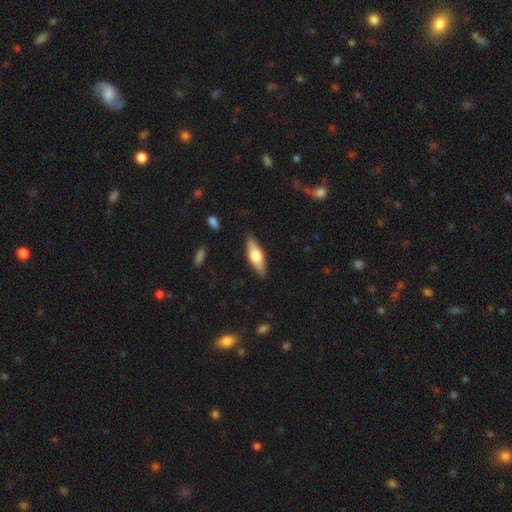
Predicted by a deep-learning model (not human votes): smooth_or_featured: featured or disk (p=0.49) [alt: smooth p=0.45]
merging: none (p=0.88) [alt: minor disturbance p=0.09]